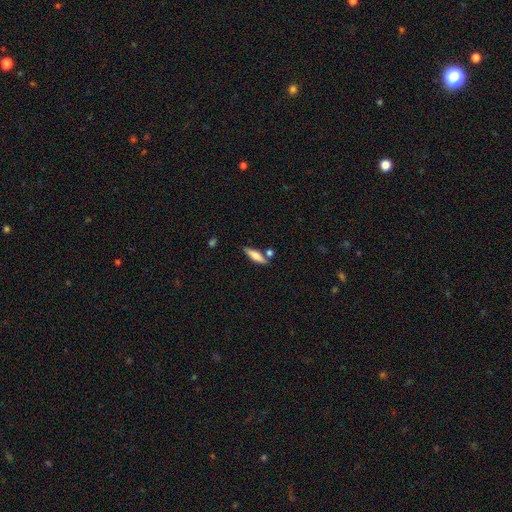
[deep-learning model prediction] smooth 68%, featured or disk 25%, star or artifact 6%. Down the decision tree: how rounded — cigar-shaped (63%); merging — none (72%).